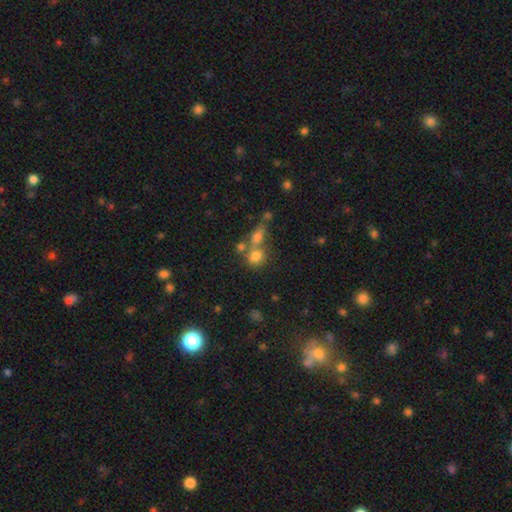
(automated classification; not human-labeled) A smooth galaxy with no disk features (73%) that is round (67%).

Vote fractions:
- Smooth or featured? smooth: 73% / star or artifact: 14% / featured or disk: 13%
- How rounded? round: 67% / in between: 30% / cigar-shaped: 3%
- Merging? merger: 43% / none: 41% / minor disturbance: 10% / major disturbance: 6%